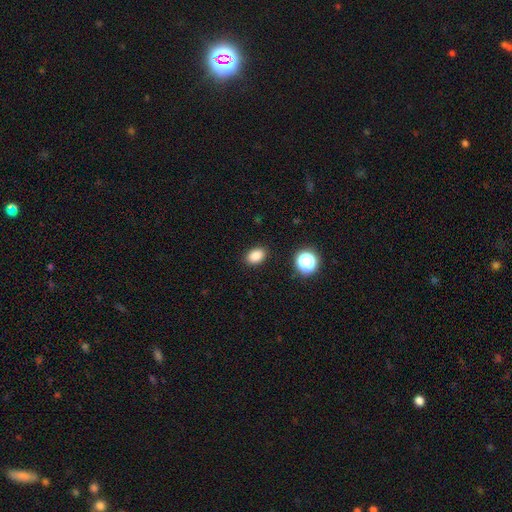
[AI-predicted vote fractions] smooth-or-featured: smooth: 85% | star or artifact: 11% | featured or disk: 4%
  how-rounded: in between: 76% | round: 23% | cigar-shaped: 1%
  merging: none: 88% | minor disturbance: 8% | major disturbance: 2% | merger: 1%